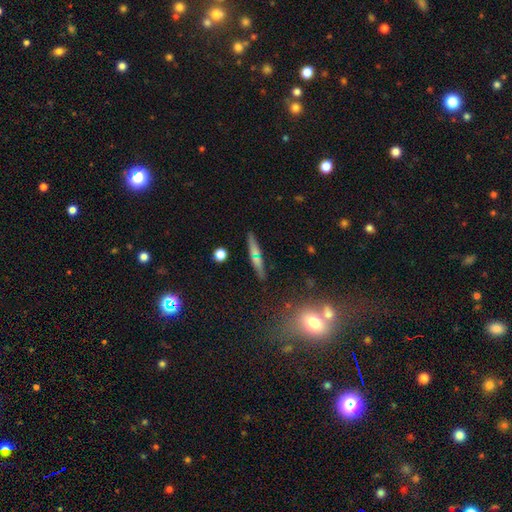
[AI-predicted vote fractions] smooth-or-featured: smooth: 54% | featured or disk: 36% | star or artifact: 10%
  how-rounded: cigar-shaped: 85% | in between: 11% | round: 4%
  merging: none: 81% | minor disturbance: 11% | merger: 5% | major disturbance: 3%